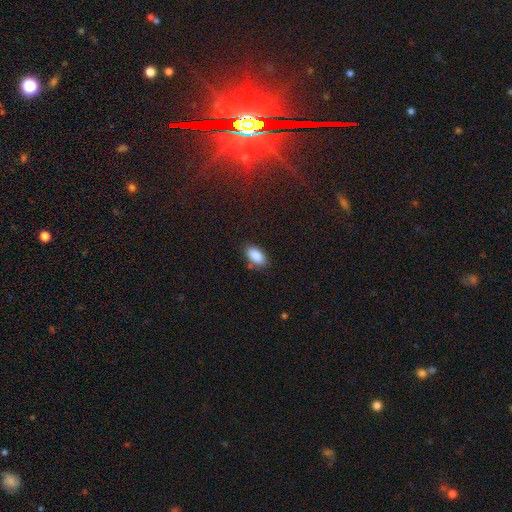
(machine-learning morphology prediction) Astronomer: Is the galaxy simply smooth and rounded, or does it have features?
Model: smooth — 89%.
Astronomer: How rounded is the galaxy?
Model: in between — 92%.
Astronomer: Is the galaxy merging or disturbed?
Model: none — 81%.